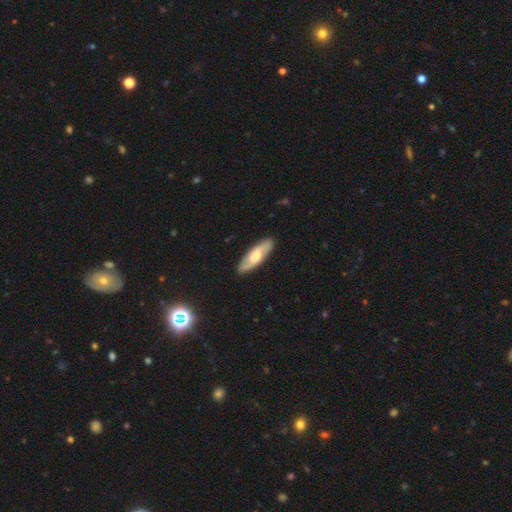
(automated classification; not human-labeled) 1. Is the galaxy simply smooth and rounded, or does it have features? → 56% featured or disk, 40% smooth, 5% star or artifact.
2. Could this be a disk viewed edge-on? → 71% no, 29% yes.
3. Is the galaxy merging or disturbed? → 89% none, 8% minor disturbance, 2% major disturbance, 1% merger.